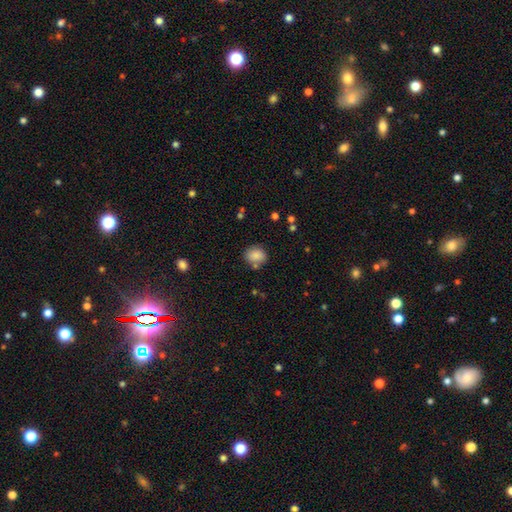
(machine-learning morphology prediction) Smooth or featured: smooth — 85% (star or artifact — 9%)
How rounded: round — 61% (in between — 38%)
Merging: none — 72% (minor disturbance — 15%)